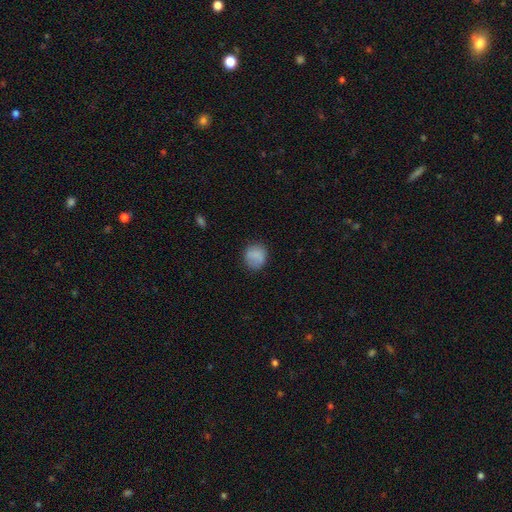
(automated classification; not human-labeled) smooth-or-featured: smooth: 83% | star or artifact: 9% | featured or disk: 8%
  how-rounded: round: 78% | in between: 21% | cigar-shaped: 1%
  merging: none: 77% | minor disturbance: 17% | major disturbance: 5% | merger: 1%